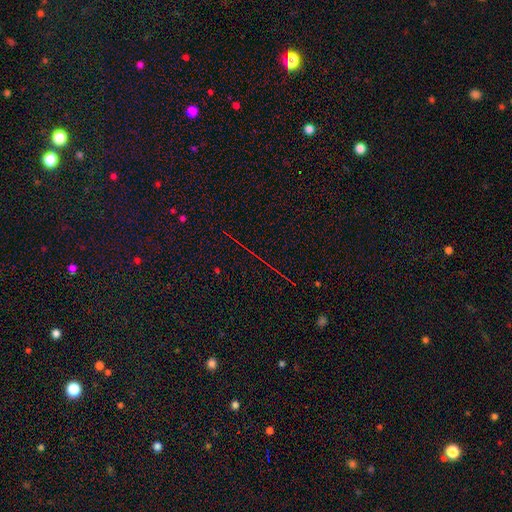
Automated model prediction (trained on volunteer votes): This is likely a star or artifact rather than a galaxy (79%).